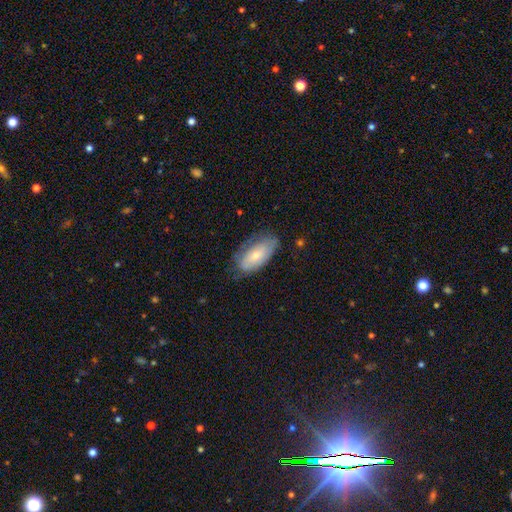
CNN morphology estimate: The model was most divided on "merging": none: 60%, minor disturbance: 29%, major disturbance: 9%, merger: 1%. More confident: how rounded — in between (91%); smooth or featured — smooth (64%).